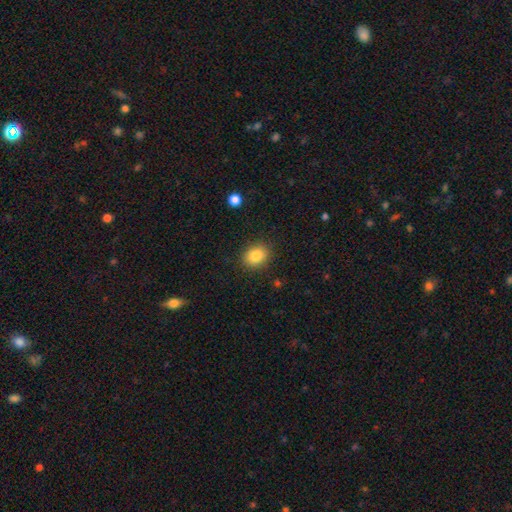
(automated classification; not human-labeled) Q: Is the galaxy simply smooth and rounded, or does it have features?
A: smooth — 84%.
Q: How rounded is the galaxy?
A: in between — 50%.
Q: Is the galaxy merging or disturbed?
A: none — 88%.